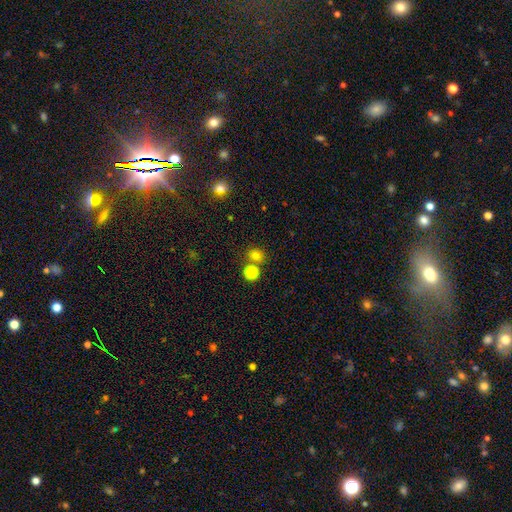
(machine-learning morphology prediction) Q: Smooth or featured?
A: smooth (76%); runner-up: star or artifact (17%)
Q: How rounded?
A: round (80%); runner-up: in between (19%)
Q: Merging?
A: none (72%); runner-up: merger (17%)